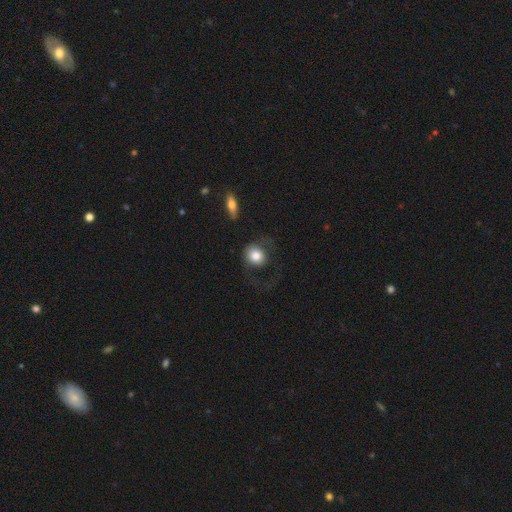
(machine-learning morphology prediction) Overall: smooth (76%). How rounded: round (74%). Merging: none (42%; major disturbance 38%).